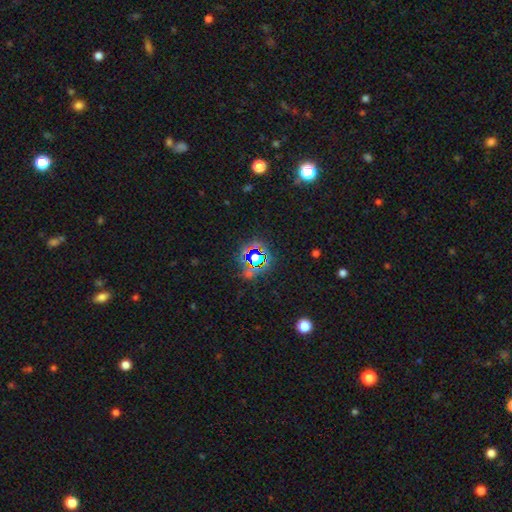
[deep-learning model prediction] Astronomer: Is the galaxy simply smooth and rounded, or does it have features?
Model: star or artifact — 77%.